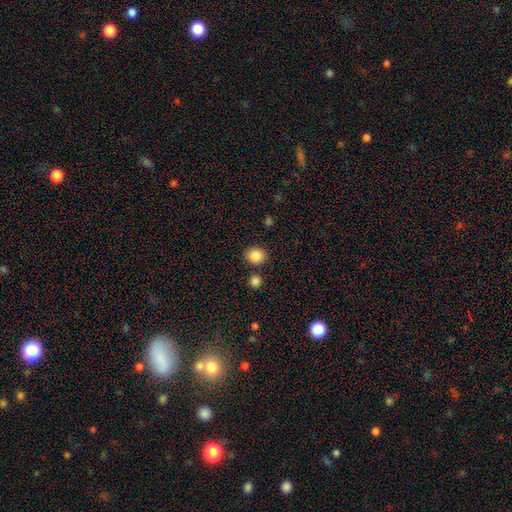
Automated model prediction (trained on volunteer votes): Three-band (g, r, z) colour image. It shows a smooth galaxy with no disk features (87%) that is round (72%). Merging: none (82%).